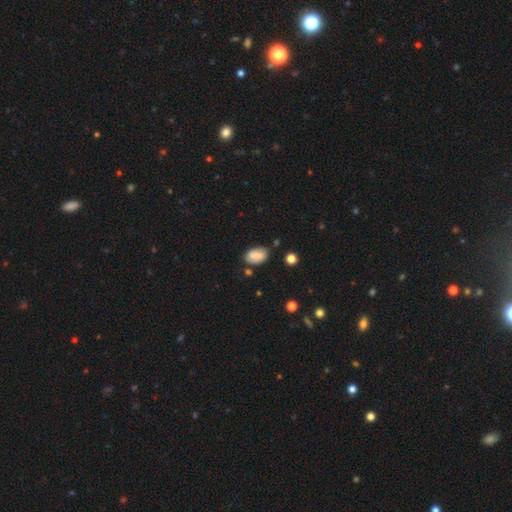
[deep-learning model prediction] Morphology: type=smooth (78%); roundness=in between (89%); merging=none (69%).